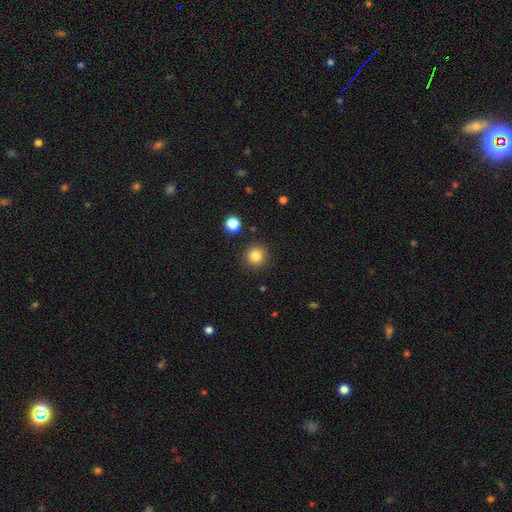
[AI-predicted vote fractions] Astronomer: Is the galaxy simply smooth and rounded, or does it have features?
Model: smooth — 84%.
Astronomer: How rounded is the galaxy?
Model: round — 93%.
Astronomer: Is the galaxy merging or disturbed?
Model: none — 89%.